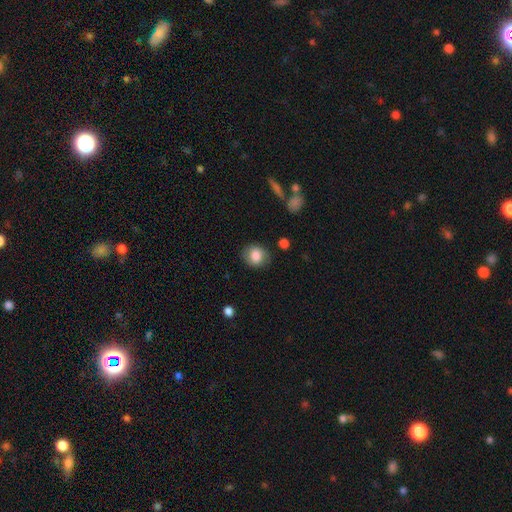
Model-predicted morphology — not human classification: A smooth galaxy with no disk features (80%) that is round (70%).

Vote fractions:
- Smooth or featured? smooth: 80% / featured or disk: 11% / star or artifact: 8%
- How rounded? round: 70% / in between: 29% / cigar-shaped: 1%
- Merging? none: 82% / minor disturbance: 13% / major disturbance: 4% / merger: 2%